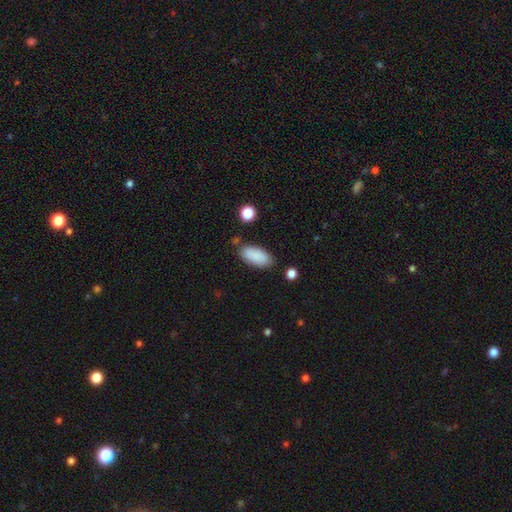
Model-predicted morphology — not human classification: Smooth or featured? Predicted: smooth (p=0.89). How rounded? Predicted: in between (p=0.89). Merging? Predicted: none (p=0.81).